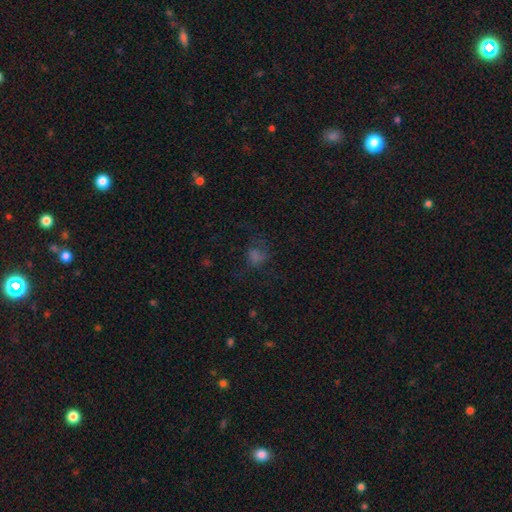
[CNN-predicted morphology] This appears to be a smooth galaxy with no disk features (49%). Merging: none (49%).